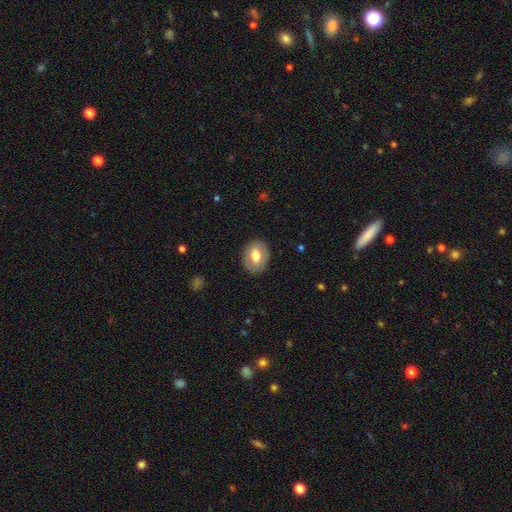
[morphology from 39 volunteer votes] smooth 69%, featured or disk 28%, star or artifact 3%. Down the decision tree: how rounded — in between (59%); merging — none (87%).